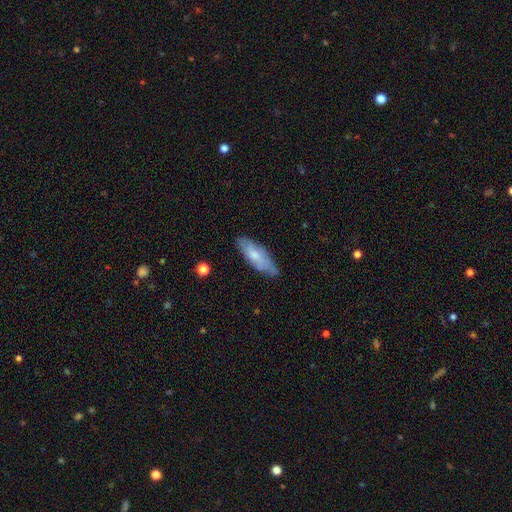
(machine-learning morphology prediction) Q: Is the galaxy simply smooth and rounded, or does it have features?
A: smooth — 65%.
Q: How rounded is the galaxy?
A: in between — 57%.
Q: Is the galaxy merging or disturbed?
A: none — 74%.